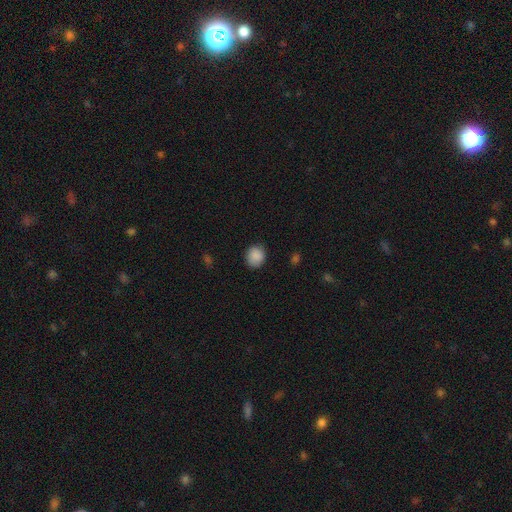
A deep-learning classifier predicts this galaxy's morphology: The model was most divided on "how rounded": round: 73%, in between: 26%, cigar-shaped: 1%. More confident: smooth or featured — smooth (88%); merging — none (84%).